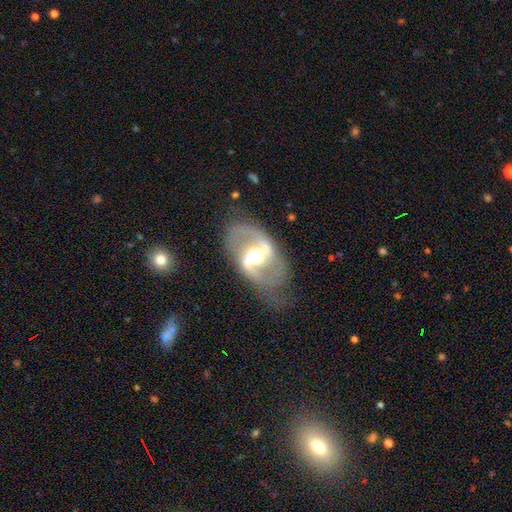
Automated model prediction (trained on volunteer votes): Morphology: type=featured or disk (86%); edge-on=no (95%); bar=strong (59%); spiral arms=yes (86%); winding=loose (45%); arm count=2 (90%); bulge=moderate (63%); merging=none (64%).